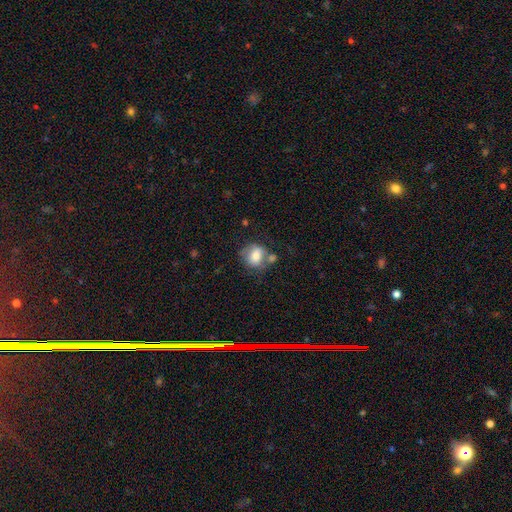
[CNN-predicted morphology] A smooth galaxy with no disk features (70%) that is round (67%). Merging: none (47%).